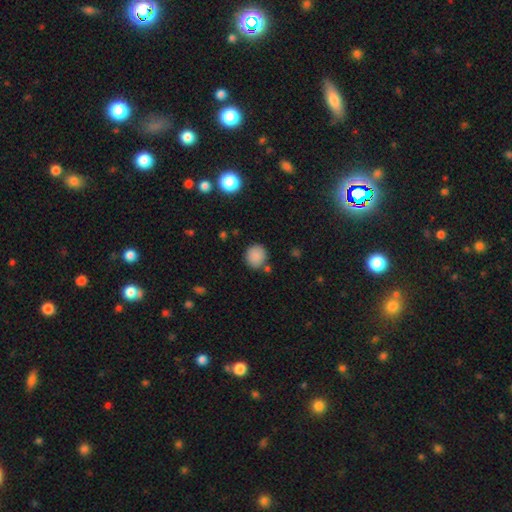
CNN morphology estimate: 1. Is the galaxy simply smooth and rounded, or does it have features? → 87% smooth, 9% star or artifact, 4% featured or disk.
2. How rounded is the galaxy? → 87% round, 12% in between, 1% cigar-shaped.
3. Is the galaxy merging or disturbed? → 82% none, 10% minor disturbance, 5% merger, 3% major disturbance.